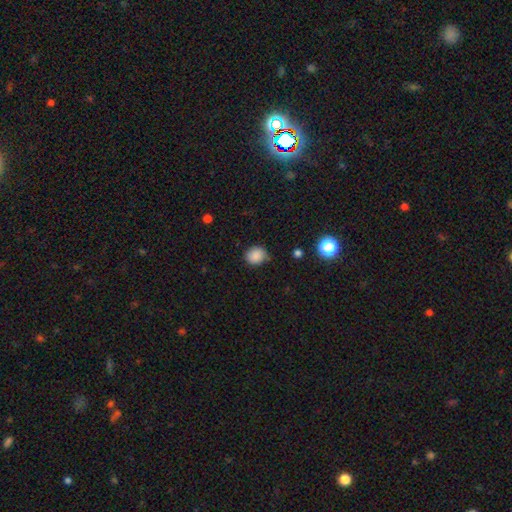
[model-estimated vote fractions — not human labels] Smooth or featured: smooth — 86% (star or artifact — 10%)
How rounded: round — 75% (in between — 24%)
Merging: none — 74% (minor disturbance — 21%)